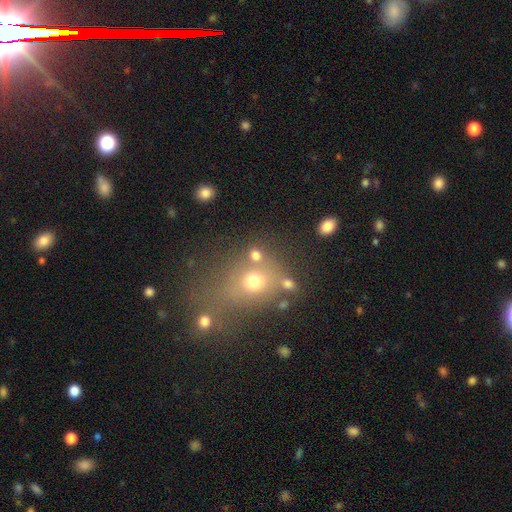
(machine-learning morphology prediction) Overall: smooth (67%). How rounded: round (74%). Merging: none (60%; merger 22%).